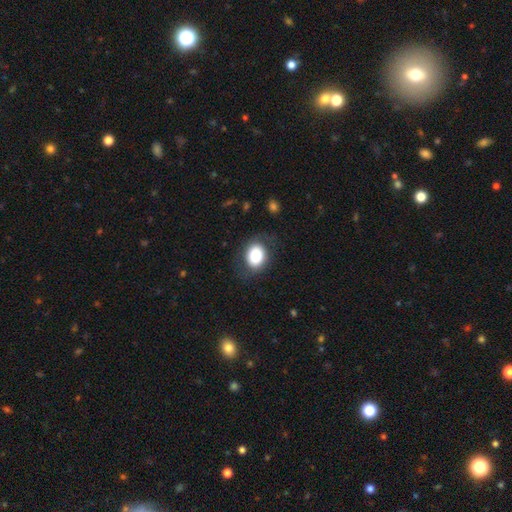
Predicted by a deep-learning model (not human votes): smooth_or_featured: smooth (p=0.82) [alt: featured or disk p=0.11]
how_rounded: in between (p=0.61) [alt: round p=0.38]
merging: none (p=0.76) [alt: minor disturbance p=0.16]